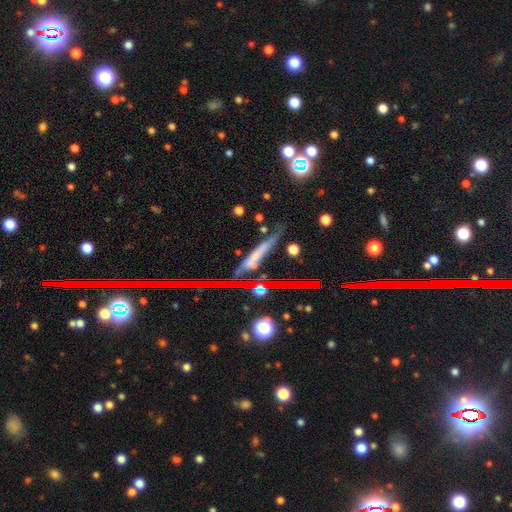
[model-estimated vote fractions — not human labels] A featured or disk galaxy (46%). Merging: none (69%).